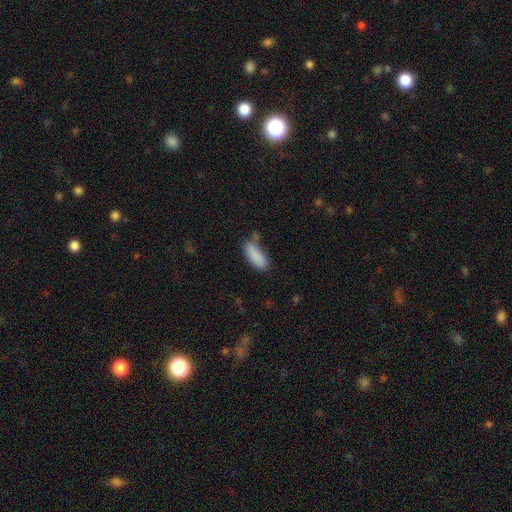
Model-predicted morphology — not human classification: The model was most divided on "merging": none: 65%, minor disturbance: 22%, merger: 7%, major disturbance: 5%. More confident: smooth or featured — smooth (87%); how rounded — in between (77%).